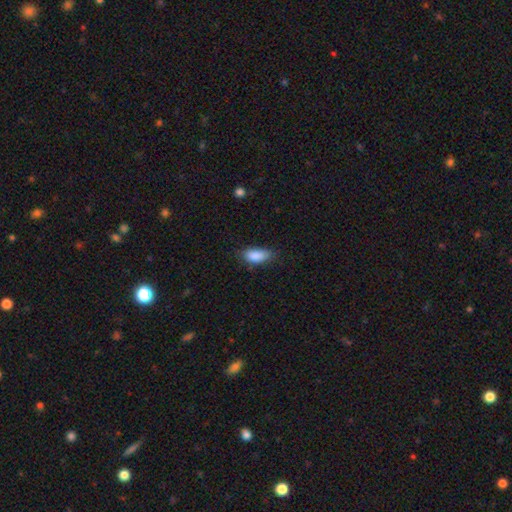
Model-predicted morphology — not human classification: smooth-or-featured: smooth: 87% | star or artifact: 7% | featured or disk: 5%
  how-rounded: in between: 87% | cigar-shaped: 10% | round: 3%
  merging: none: 68% | minor disturbance: 25% | major disturbance: 5% | merger: 2%